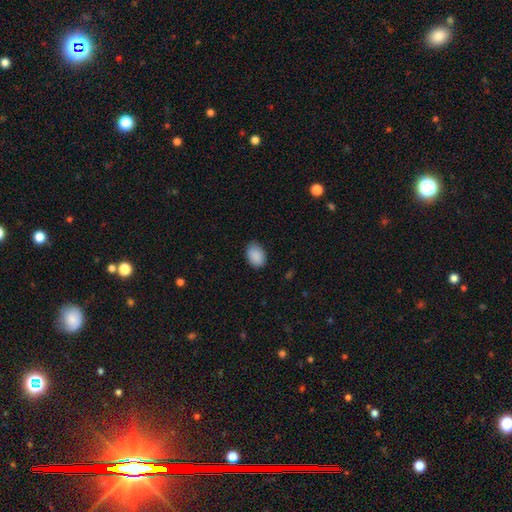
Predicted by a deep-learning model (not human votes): smooth_or_featured: smooth (p=0.90) [alt: star or artifact p=0.07]
how_rounded: in between (p=0.81) [alt: round p=0.18]
merging: none (p=0.81) [alt: minor disturbance p=0.15]